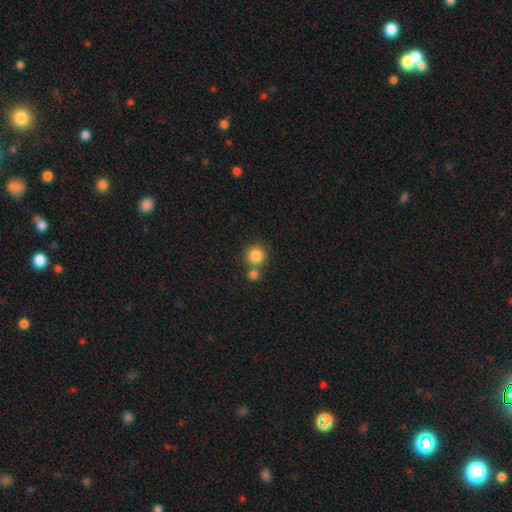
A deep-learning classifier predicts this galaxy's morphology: A smooth galaxy with no disk features (84%) that is round (93%). Merging: none (64%).